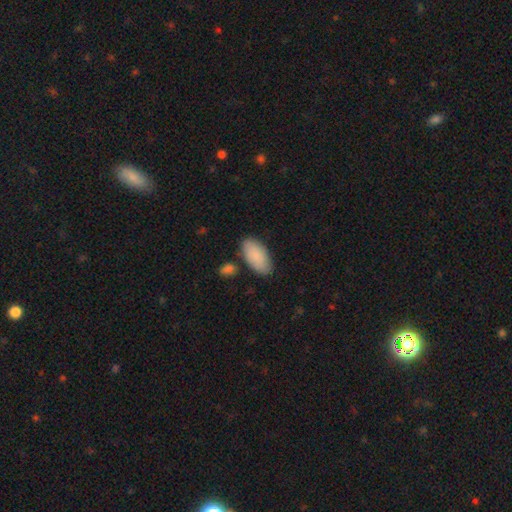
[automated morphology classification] smooth-or-featured: smooth: 88% | featured or disk: 7% | star or artifact: 5%
  how-rounded: in between: 94% | cigar-shaped: 4% | round: 2%
  merging: none: 77% | minor disturbance: 14% | merger: 5% | major disturbance: 3%